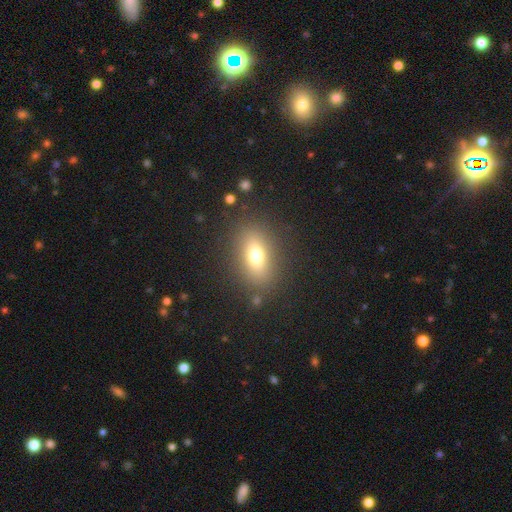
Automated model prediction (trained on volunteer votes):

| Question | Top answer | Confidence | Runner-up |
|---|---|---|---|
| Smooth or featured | smooth | 71% | featured or disk (17%) |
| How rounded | in between | 78% | round (12%) |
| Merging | none | 84% | minor disturbance (9%) |